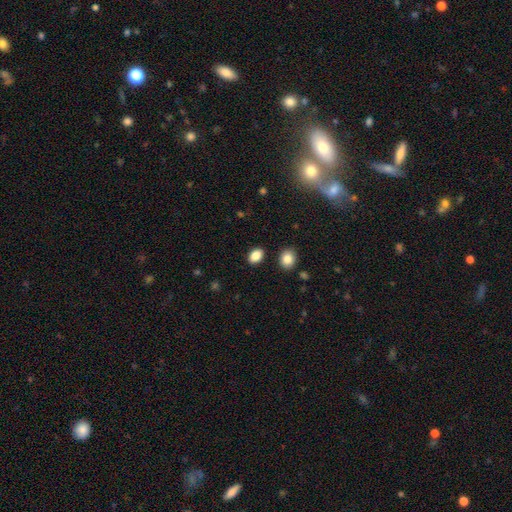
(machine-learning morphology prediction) smooth_or_featured: smooth (p=0.87) [alt: star or artifact p=0.09]
how_rounded: in between (p=0.76) [alt: round p=0.23]
merging: none (p=0.86) [alt: minor disturbance p=0.08]